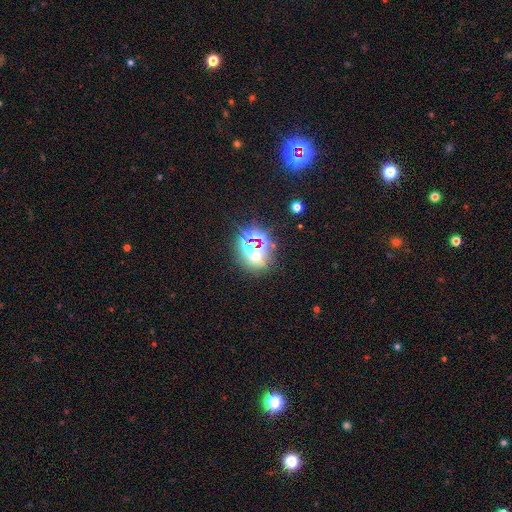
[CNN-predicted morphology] smooth-or-featured: star or artifact: 54% | smooth: 33% | featured or disk: 14%